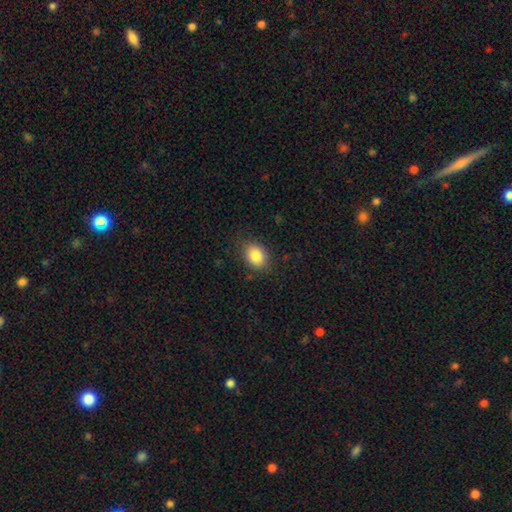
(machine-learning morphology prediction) This appears to be a smooth galaxy with no disk features (85%) that is in between round and cigar-shaped (61%). Merging: none (83%).